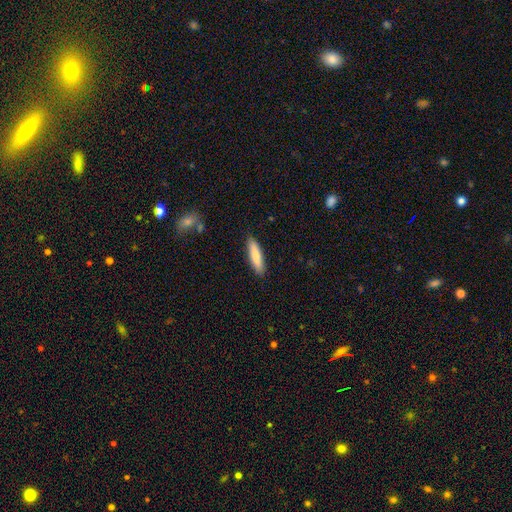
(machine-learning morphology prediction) Q: Smooth or featured?
A: smooth (80%); runner-up: featured or disk (15%)
Q: How rounded?
A: cigar-shaped (73%); runner-up: in between (26%)
Q: Merging?
A: none (88%); runner-up: minor disturbance (9%)